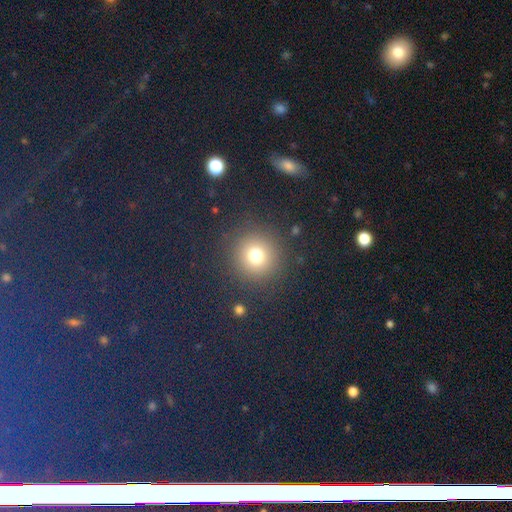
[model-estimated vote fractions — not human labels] The model was most divided on "smooth or featured": smooth: 74%, star or artifact: 17%, featured or disk: 9%. More confident: how rounded — round (95%); merging — none (88%).